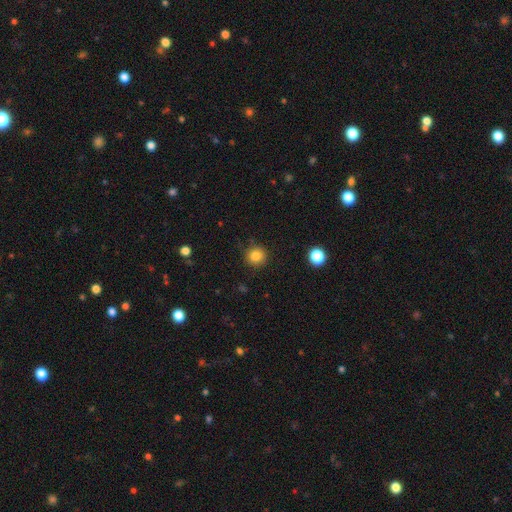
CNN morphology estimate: A smooth galaxy with no disk features (83%) that is round (93%). Merging: none (87%).